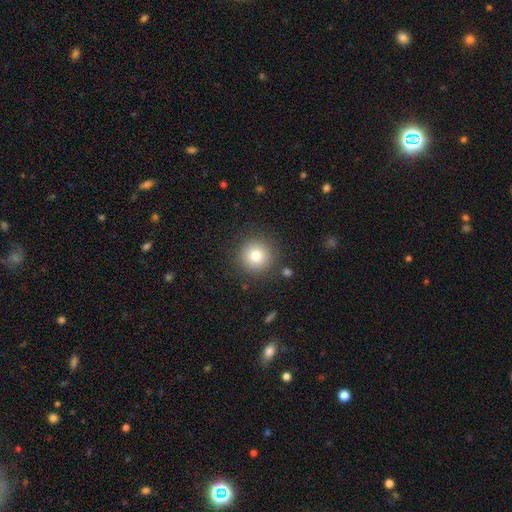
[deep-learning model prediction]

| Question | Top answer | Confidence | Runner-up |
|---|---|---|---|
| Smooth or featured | smooth | 78% | star or artifact (11%) |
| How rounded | round | 95% | in between (4%) |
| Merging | none | 87% | minor disturbance (8%) |